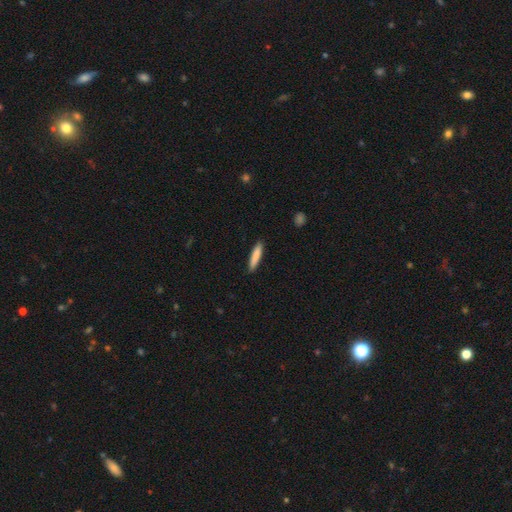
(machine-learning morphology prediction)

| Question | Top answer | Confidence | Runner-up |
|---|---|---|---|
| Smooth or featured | smooth | 84% | featured or disk (10%) |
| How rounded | cigar-shaped | 89% | in between (10%) |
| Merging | none | 90% | minor disturbance (7%) |